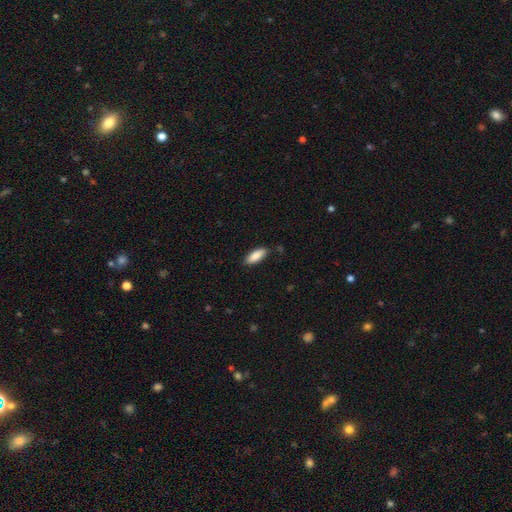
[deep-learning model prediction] smooth-or-featured: smooth: 86% | featured or disk: 8% | star or artifact: 6%
  how-rounded: in between: 76% | cigar-shaped: 22% | round: 2%
  merging: none: 85% | minor disturbance: 11% | major disturbance: 2% | merger: 1%